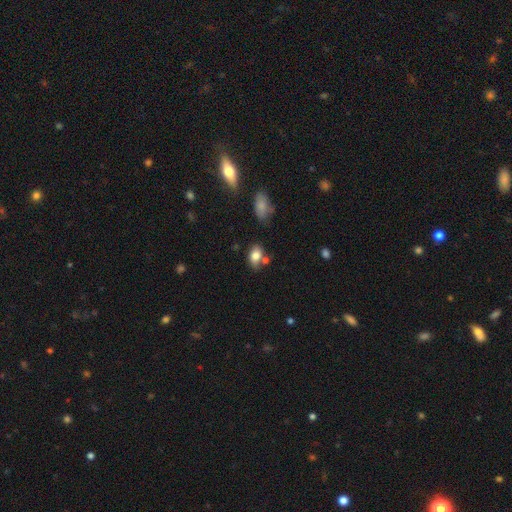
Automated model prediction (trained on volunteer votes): Overall: smooth (80%). How rounded: in between (82%). Merging: none (59%; minor disturbance 20%).